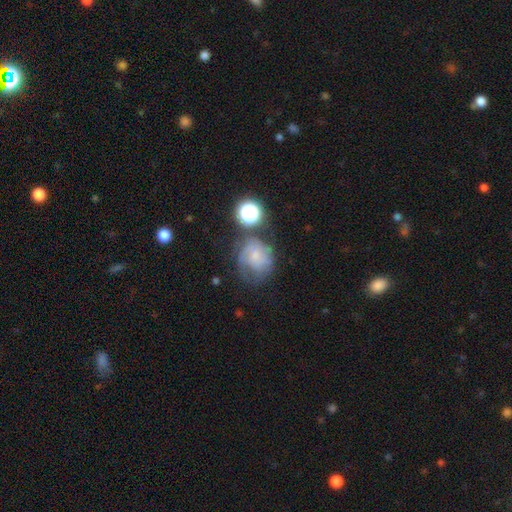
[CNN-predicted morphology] A featured or disk galaxy (44%). Merging: none (42%).